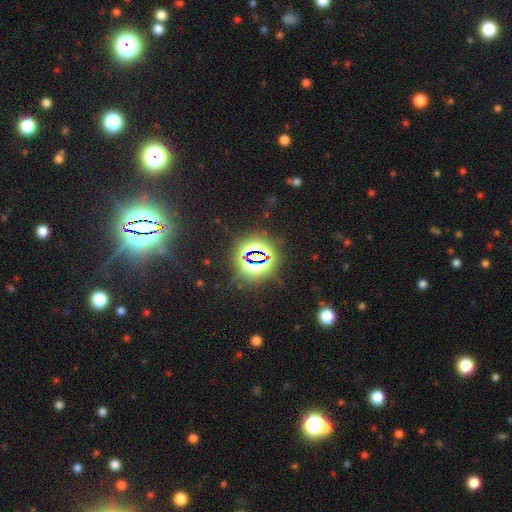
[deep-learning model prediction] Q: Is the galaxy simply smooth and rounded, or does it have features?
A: star or artifact — 82%.